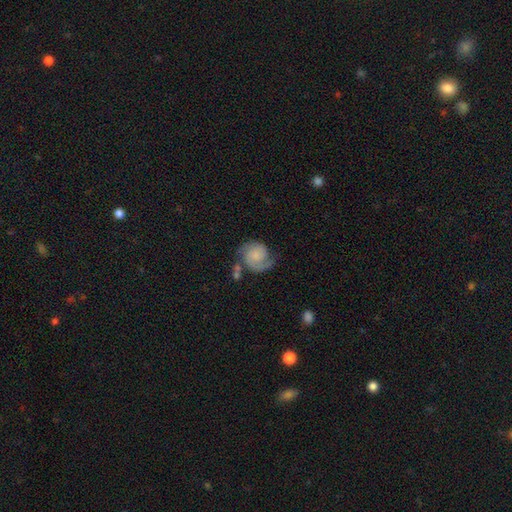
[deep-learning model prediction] Overall: featured or disk (77%). Edge-on disk: no (98%). Bar: no (72%). Spiral arms: yes (96%). Spiral arm count: 2 (77%). Spiral winding: tight (44%; medium 41%). Bulge size: small (50%; none 23%). Merging: none (59%; minor disturbance 21%).